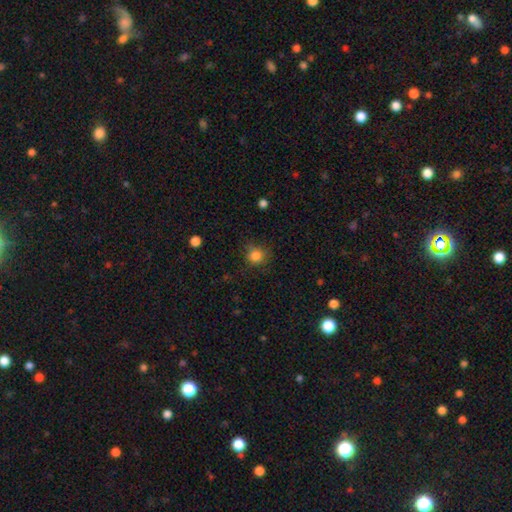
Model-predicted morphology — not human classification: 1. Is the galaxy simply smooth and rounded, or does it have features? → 83% smooth, 12% star or artifact, 5% featured or disk.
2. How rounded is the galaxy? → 87% round, 12% in between, 1% cigar-shaped.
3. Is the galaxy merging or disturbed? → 76% none, 17% minor disturbance, 5% major disturbance, 2% merger.